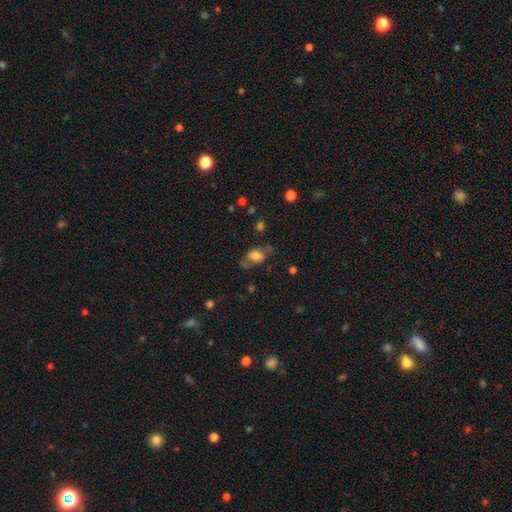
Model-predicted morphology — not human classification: smooth_or_featured: smooth (p=0.63) [alt: featured or disk p=0.27]
how_rounded: in between (p=0.83) [alt: round p=0.14]
merging: none (p=0.52) [alt: minor disturbance p=0.25]